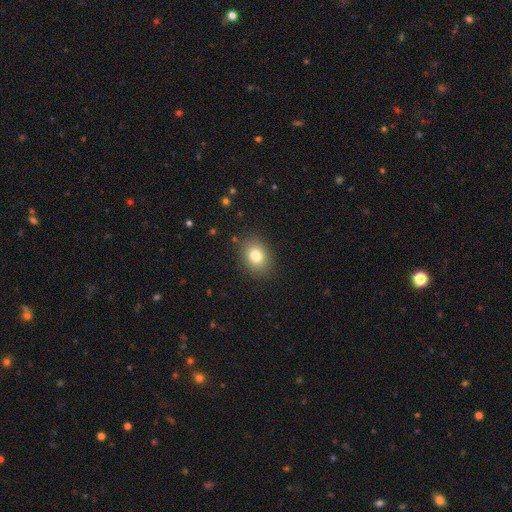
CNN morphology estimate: smooth_or_featured: smooth (p=0.80) [alt: star or artifact p=0.10]
how_rounded: in between (p=0.55) [alt: round p=0.44]
merging: none (p=0.87) [alt: minor disturbance p=0.09]